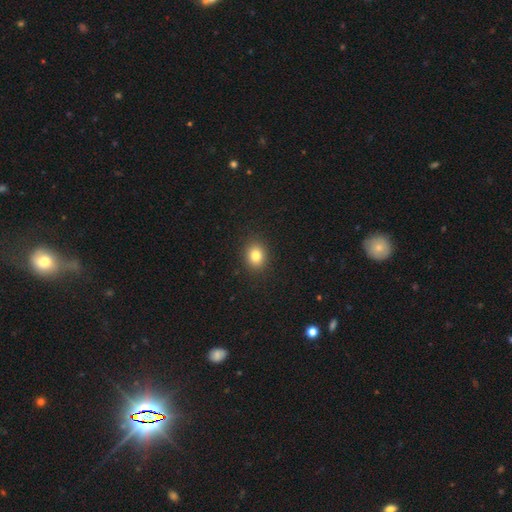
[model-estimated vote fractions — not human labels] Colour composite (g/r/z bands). It shows a smooth galaxy with no disk features (82%) that is round (60%). Merging: none (91%).